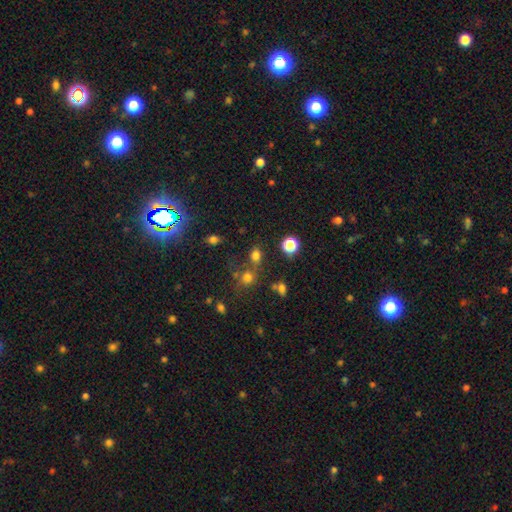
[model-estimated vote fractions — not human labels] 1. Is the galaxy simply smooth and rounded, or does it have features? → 72% smooth, 21% star or artifact, 7% featured or disk.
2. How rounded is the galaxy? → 61% round, 38% in between, 2% cigar-shaped.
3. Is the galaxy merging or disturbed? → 61% none, 20% merger, 12% minor disturbance, 6% major disturbance.